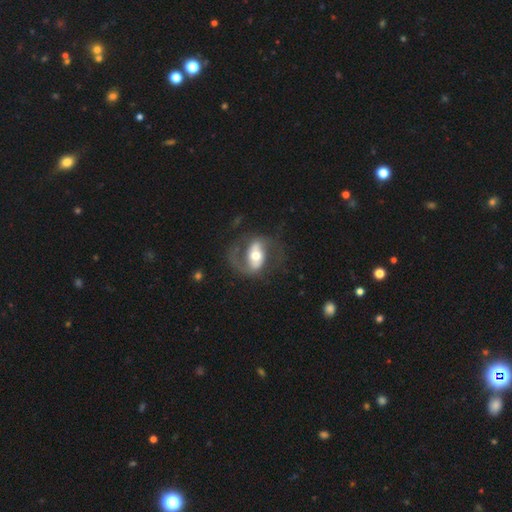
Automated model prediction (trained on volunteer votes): Smooth or featured?
  - featured or disk: 80% *
  - smooth: 15%
  - star or artifact: 5%
Edge-on disk?
  - no: 96% *
  - yes: 4%
Bar?
  - strong: 42% *
  - weak: 33%
  - no: 25%
Spiral arms?
  - yes: 89% *
  - no: 11%
Spiral winding?
  - medium: 48% *
  - loose: 39%
  - tight: 14%
Spiral arm count?
  - 2: 85% *
  - 1: 9%
  - can't tell: 4%
  - 3: 1%
  - 4: 1%
  - more than 4: 1%
Bulge size?
  - moderate: 66% *
  - large: 15%
  - small: 15%
  - dominant: 2%
  - none: 1%
Merging?
  - none: 63% *
  - major disturbance: 19%
  - minor disturbance: 15%
  - merger: 2%